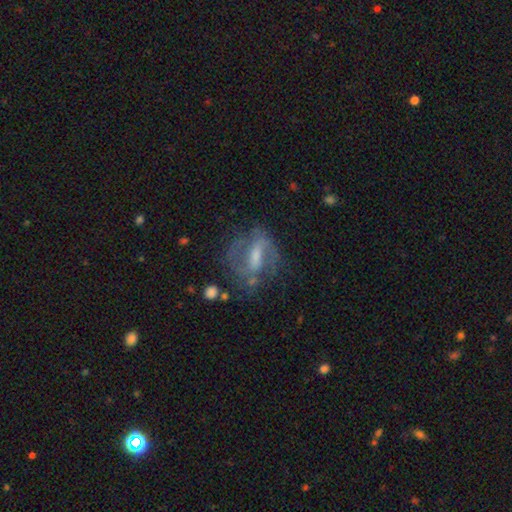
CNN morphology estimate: Smooth or featured? featured or disk (73%)
Edge-on disk? no (93%)
Bar? strong (42%)
Spiral arms? yes (79%)
Spiral winding? medium (48%)
Spiral arm count? 2 (65%)
Bulge size? moderate (40%)
Merging? none (58%)